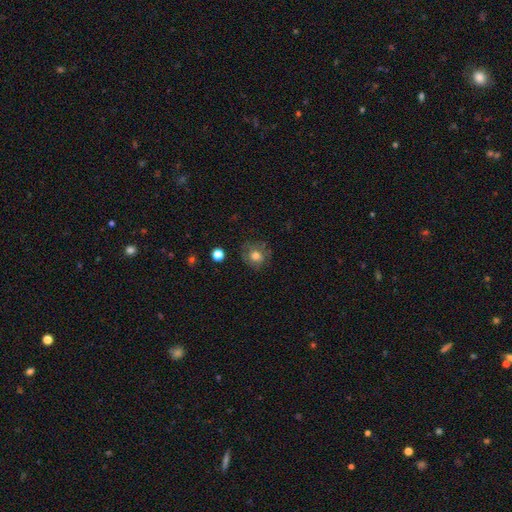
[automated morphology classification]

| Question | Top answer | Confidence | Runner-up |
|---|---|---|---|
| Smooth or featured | smooth | 66% | featured or disk (22%) |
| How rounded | round | 83% | in between (16%) |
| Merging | none | 72% | minor disturbance (18%) |